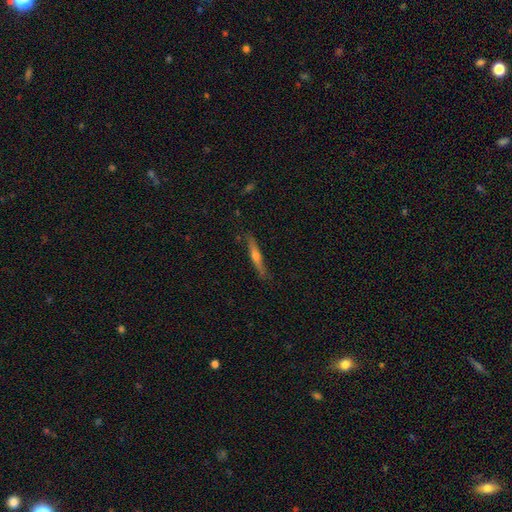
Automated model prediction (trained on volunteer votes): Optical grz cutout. It shows a featured or disk galaxy (57%) viewed edge-on (96%) with a rounded central bulge (86%). Merging: none (85%).